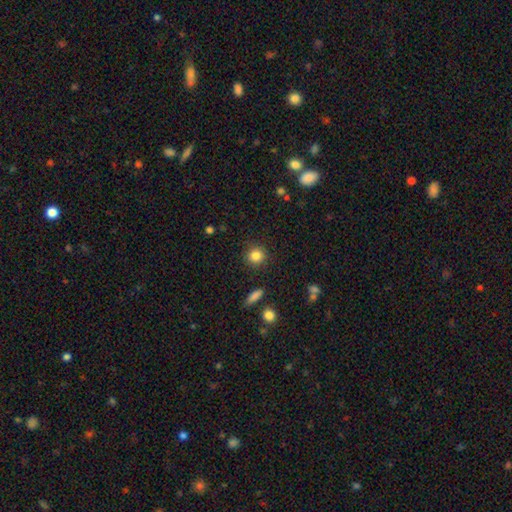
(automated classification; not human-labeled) Morphology: type=smooth (84%); roundness=round (89%); merging=none (89%).